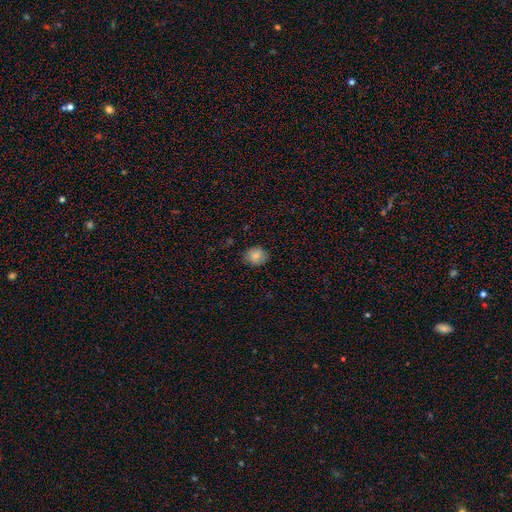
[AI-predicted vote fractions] This is clearly a smooth galaxy (82%). How rounded: likely round (63%). Merging: clearly none (81%).